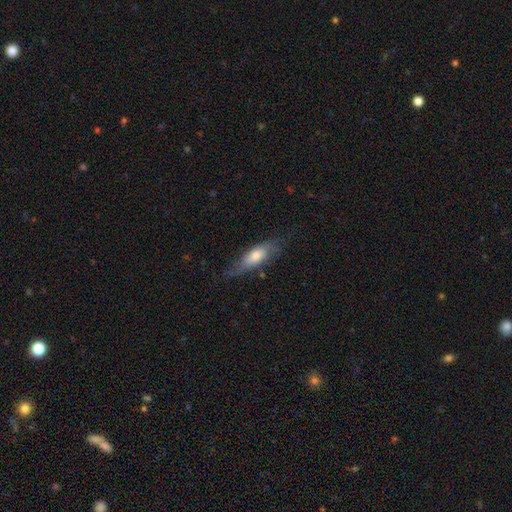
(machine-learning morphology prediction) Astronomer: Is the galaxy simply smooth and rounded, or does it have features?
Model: smooth — 55% (runner-up: featured or disk, 38%).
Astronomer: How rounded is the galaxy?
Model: in between — 58% (runner-up: cigar-shaped, 39%).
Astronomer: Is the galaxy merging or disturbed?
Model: none — 57%.